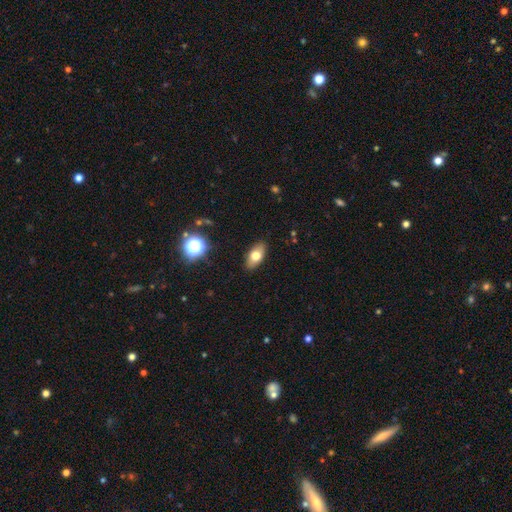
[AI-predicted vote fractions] A smooth galaxy with no disk features (71%) that is in between round and cigar-shaped (87%). Merging: none (88%).